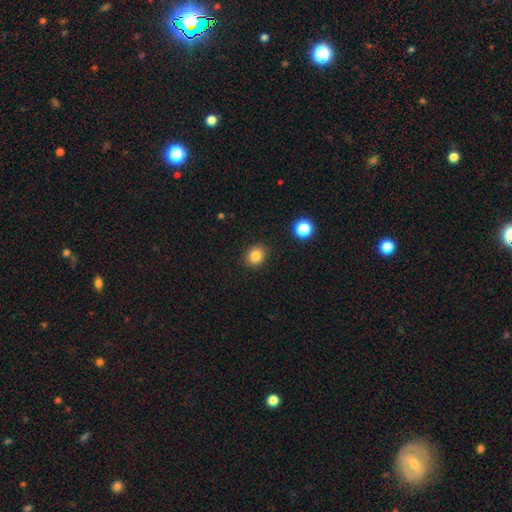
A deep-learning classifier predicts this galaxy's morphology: This is clearly a smooth galaxy (83%). How rounded: likely round (71%). Merging: clearly none (89%).